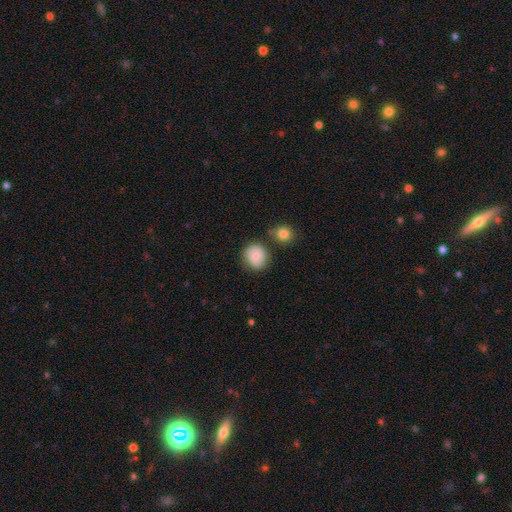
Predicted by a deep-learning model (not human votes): smooth_or_featured: smooth (p=0.73) [alt: featured or disk p=0.19]
how_rounded: round (p=0.79) [alt: in between p=0.20]
merging: none (p=0.70) [alt: minor disturbance p=0.19]